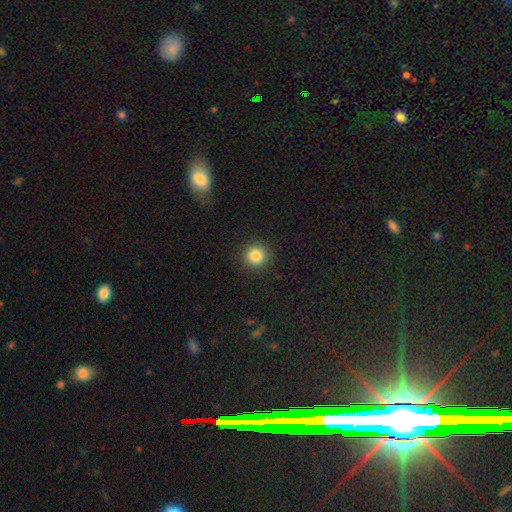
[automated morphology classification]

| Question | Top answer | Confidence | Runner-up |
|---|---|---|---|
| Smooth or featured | smooth | 84% | star or artifact (11%) |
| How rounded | round | 94% | in between (5%) |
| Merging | none | 92% | minor disturbance (5%) |